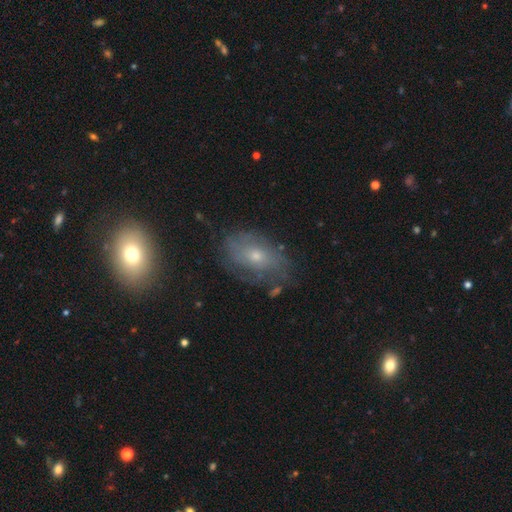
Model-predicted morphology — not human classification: featured or disk 55%, smooth 32%, star or artifact 12%. Down the decision tree: edge-on disk — no (93%); bar — no (79%); spiral arms — yes (65%); bulge size — small (54%); merging — none (64%).